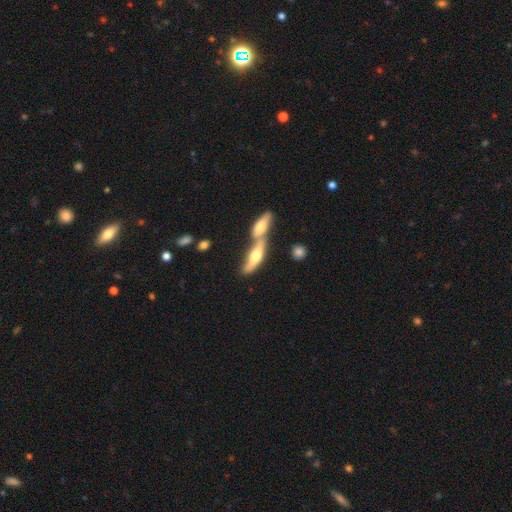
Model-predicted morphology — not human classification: smooth 52%, featured or disk 42%, star or artifact 6%. Down the decision tree: how rounded — cigar-shaped (52%); merging — merger (58%).